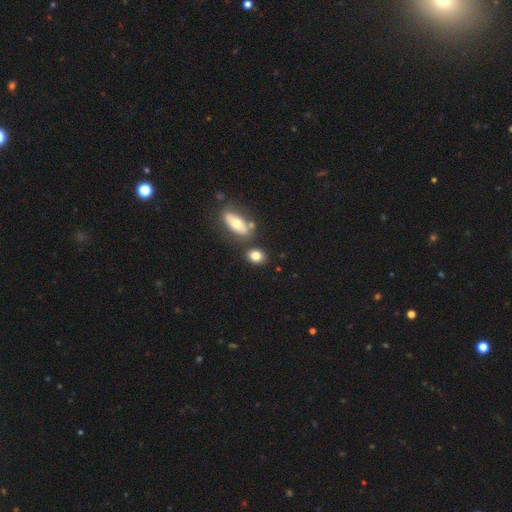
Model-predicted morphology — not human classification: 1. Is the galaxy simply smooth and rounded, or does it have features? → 80% smooth, 12% featured or disk, 9% star or artifact.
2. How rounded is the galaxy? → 60% in between, 37% round, 3% cigar-shaped.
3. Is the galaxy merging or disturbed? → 69% none, 15% merger, 12% minor disturbance, 4% major disturbance.